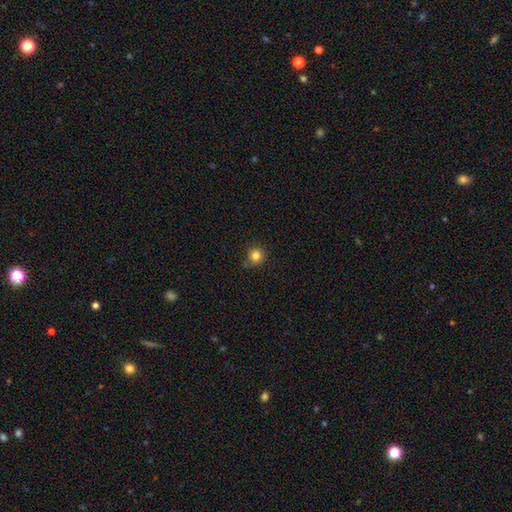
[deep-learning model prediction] Q: Smooth or featured?
A: smooth (83%); runner-up: star or artifact (13%)
Q: How rounded?
A: round (93%); runner-up: in between (6%)
Q: Merging?
A: none (79%); runner-up: minor disturbance (15%)